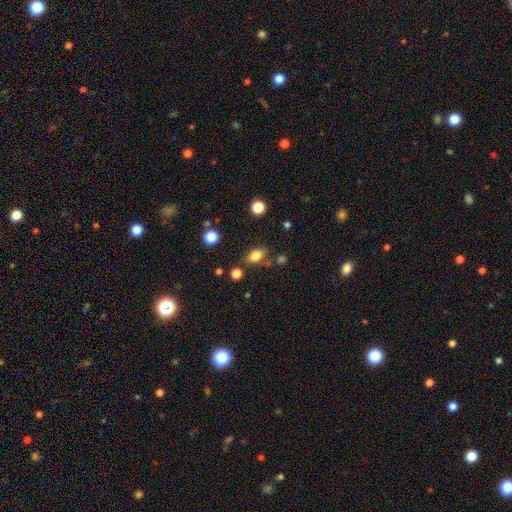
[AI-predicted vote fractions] smooth-or-featured: smooth: 81% | star or artifact: 11% | featured or disk: 8%
  how-rounded: in between: 79% | round: 19% | cigar-shaped: 2%
  merging: none: 73% | minor disturbance: 15% | merger: 8% | major disturbance: 5%